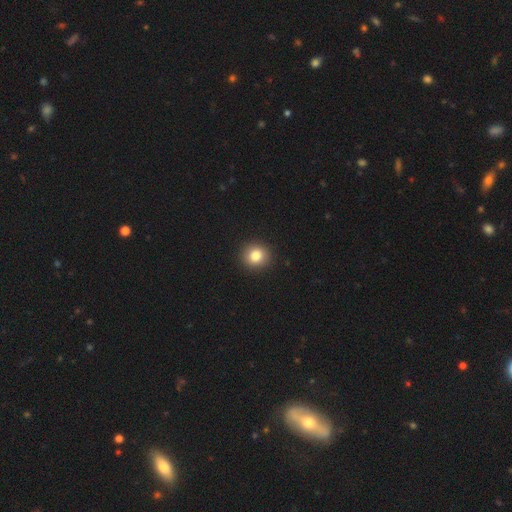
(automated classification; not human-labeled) Smooth or featured: smooth — 83% (star or artifact — 11%)
How rounded: round — 87% (in between — 12%)
Merging: none — 93% (minor disturbance — 5%)